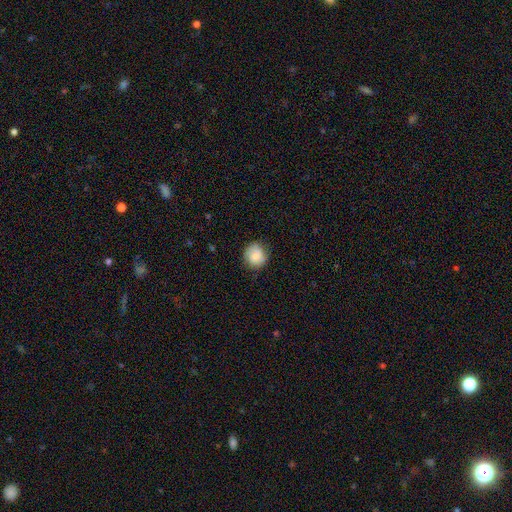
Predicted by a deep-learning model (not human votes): Morphology: type=smooth (81%); roundness=round (85%); merging=none (78%).